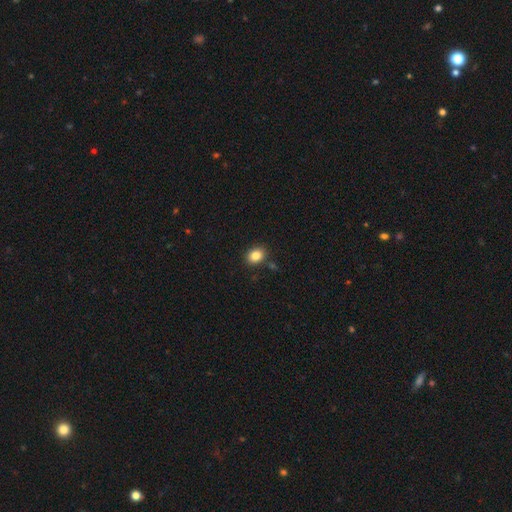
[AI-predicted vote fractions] Smooth or featured? smooth (85%)
How rounded? in between (57%)
Merging? none (84%)